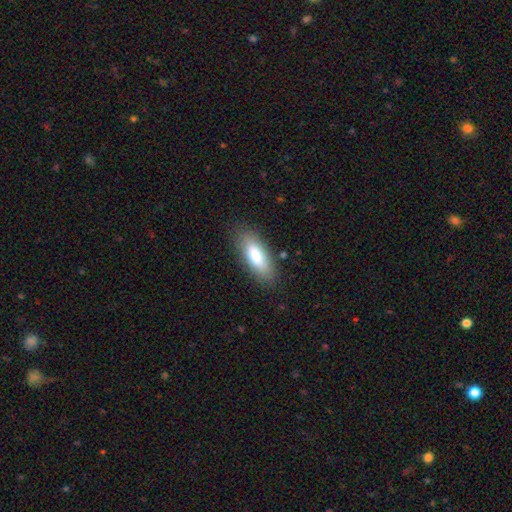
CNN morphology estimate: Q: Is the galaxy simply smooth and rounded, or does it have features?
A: smooth — 81%.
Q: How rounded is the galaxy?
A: in between — 71%.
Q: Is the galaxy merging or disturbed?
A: none — 83%.